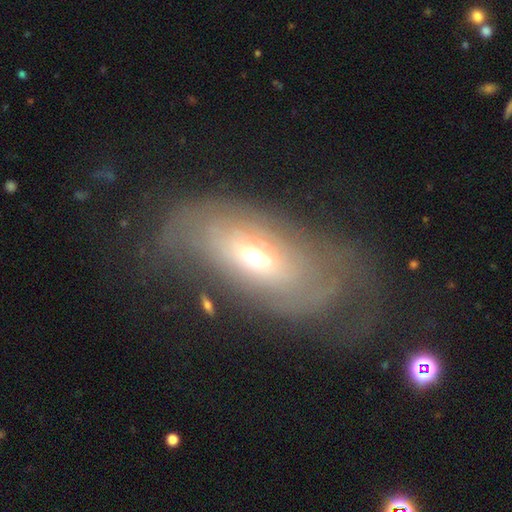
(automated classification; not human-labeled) Q: Smooth or featured?
A: featured or disk (58%); runner-up: smooth (33%)
Q: Edge-on disk?
A: no (86%); runner-up: yes (14%)
Q: Merging?
A: none (50%); runner-up: major disturbance (24%)